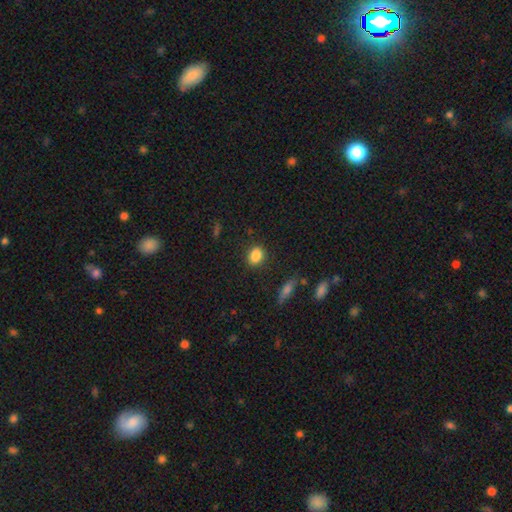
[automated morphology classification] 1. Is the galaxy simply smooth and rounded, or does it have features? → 86% smooth, 9% star or artifact, 5% featured or disk.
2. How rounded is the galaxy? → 55% in between, 43% round, 2% cigar-shaped.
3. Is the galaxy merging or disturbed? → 86% none, 9% minor disturbance, 3% major disturbance, 2% merger.